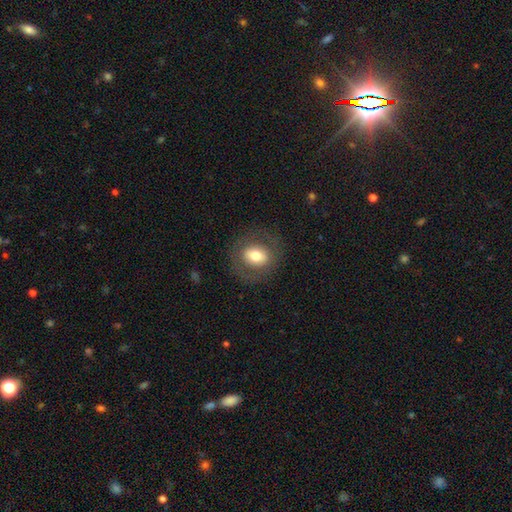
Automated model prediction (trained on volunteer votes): smooth 64%, featured or disk 28%, star or artifact 8%. Down the decision tree: how rounded — round (63%); merging — none (80%).